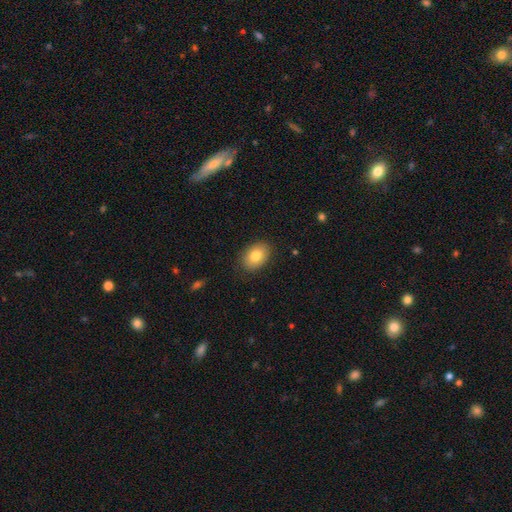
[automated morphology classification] This is clearly a smooth galaxy (81%). How rounded: clearly in between (81%). Merging: clearly none (87%).